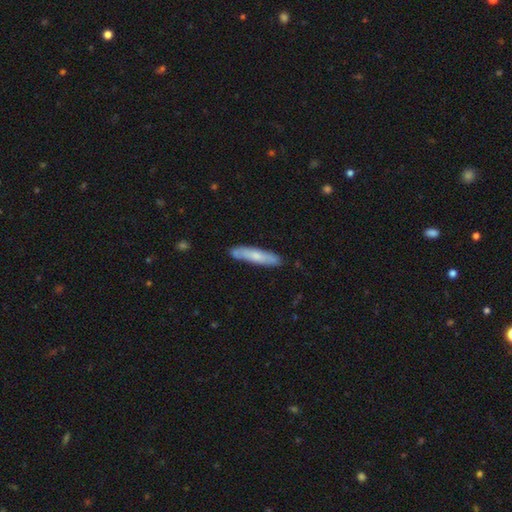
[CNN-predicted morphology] Smooth or featured: smooth — 63% (featured or disk — 31%)
How rounded: cigar-shaped — 86% (in between — 13%)
Merging: none — 83% (minor disturbance — 13%)